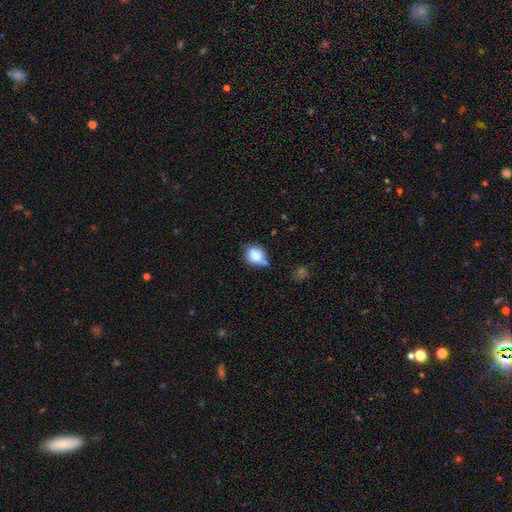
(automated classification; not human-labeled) Overall: smooth (84%). How rounded: round (60%; in between 38%). Merging: none (52%; minor disturbance 29%).